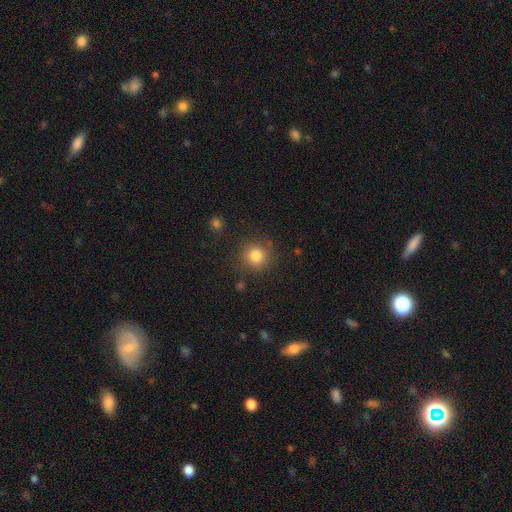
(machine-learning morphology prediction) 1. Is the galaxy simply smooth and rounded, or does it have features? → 81% smooth, 12% star or artifact, 6% featured or disk.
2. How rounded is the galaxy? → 92% round, 7% in between, 1% cigar-shaped.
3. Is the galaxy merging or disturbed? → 85% none, 8% minor disturbance, 3% major disturbance, 3% merger.